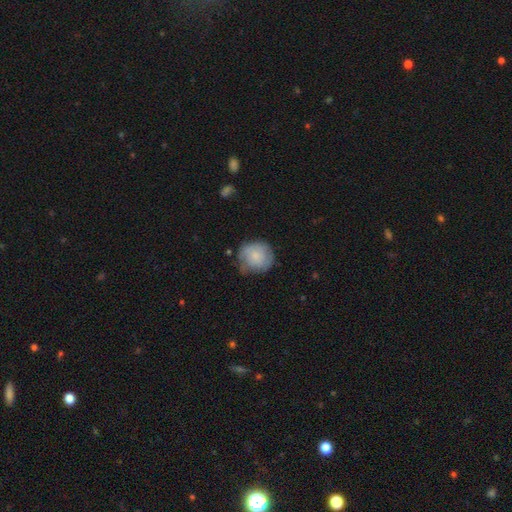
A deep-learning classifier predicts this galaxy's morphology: This appears to be a smooth galaxy with no disk features (67%) that is round (81%). Merging: none (57%).